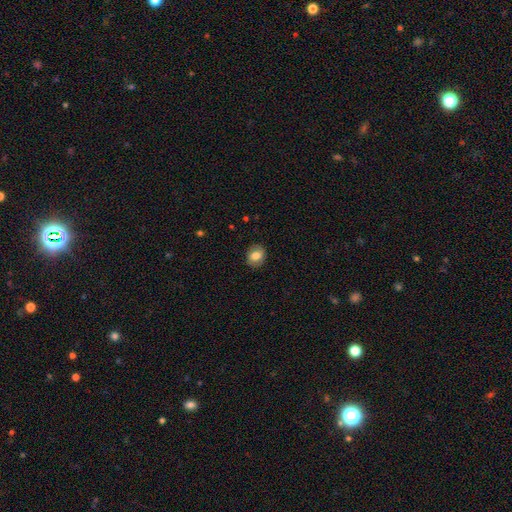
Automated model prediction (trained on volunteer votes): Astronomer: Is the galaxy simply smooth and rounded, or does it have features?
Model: smooth — 75%.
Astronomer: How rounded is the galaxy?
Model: round — 56% (runner-up: in between, 43%).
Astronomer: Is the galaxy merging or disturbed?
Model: none — 86%.